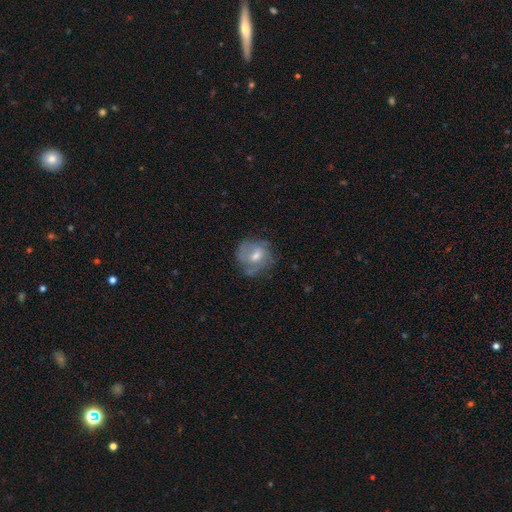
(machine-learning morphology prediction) Smooth or featured? featured or disk (48%)
Merging? none (56%)